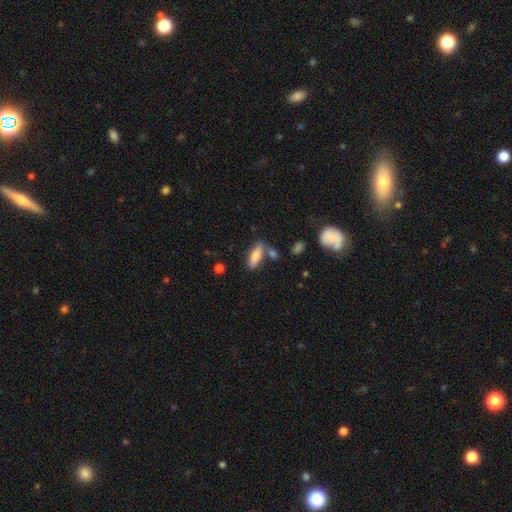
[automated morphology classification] Smooth or featured? smooth (75%)
How rounded? in between (64%)
Merging? none (69%)